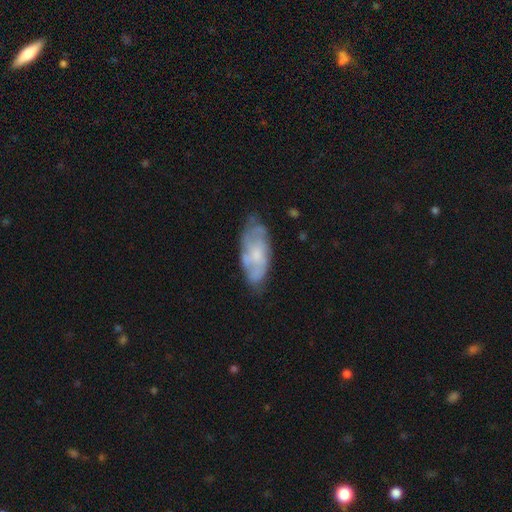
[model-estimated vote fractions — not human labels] Overall: featured or disk (60%; smooth 33%). Edge-on disk: no (91%). Bar: no (74%). Spiral arms: yes (71%). Bulge size: small (47%; moderate 34%). Merging: none (65%).